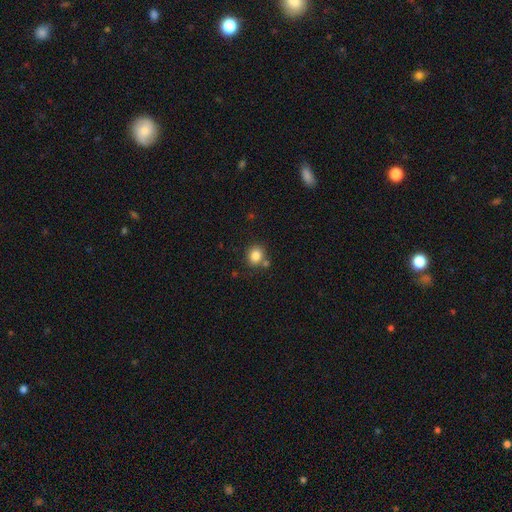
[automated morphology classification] This is clearly a smooth galaxy (84%). How rounded: likely round (74%). Merging: likely none (72%).